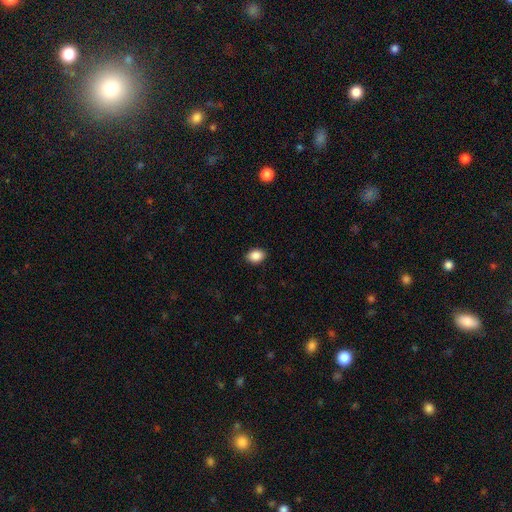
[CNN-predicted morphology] type=smooth (89%); roundness=in between (79%); merging=none (89%).